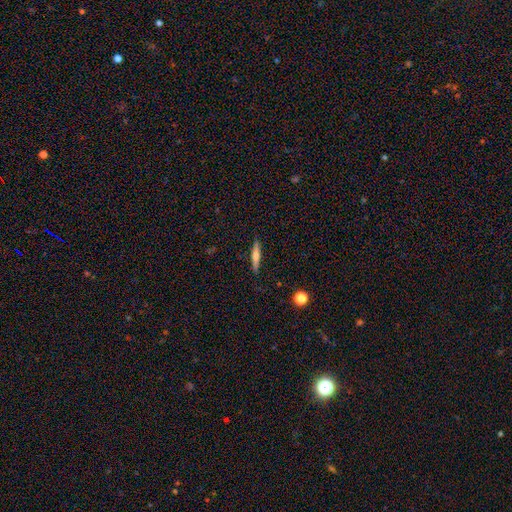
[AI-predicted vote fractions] This is possibly a smooth galaxy (47%, tied with featured or disk). Merging: clearly none (90%).